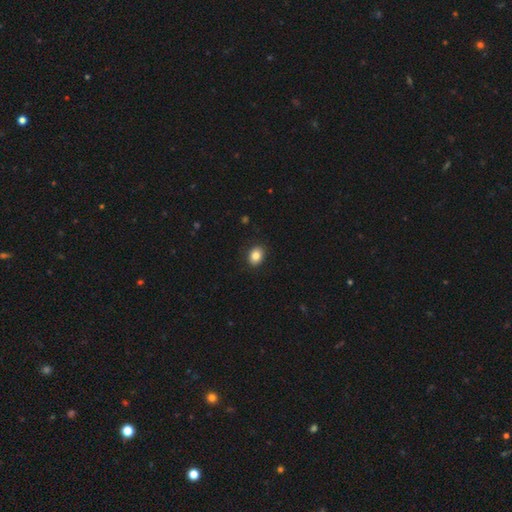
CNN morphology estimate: smooth-or-featured: smooth: 85% | star or artifact: 9% | featured or disk: 6%
  how-rounded: in between: 59% | round: 40% | cigar-shaped: 1%
  merging: none: 89% | minor disturbance: 8% | major disturbance: 2% | merger: 1%